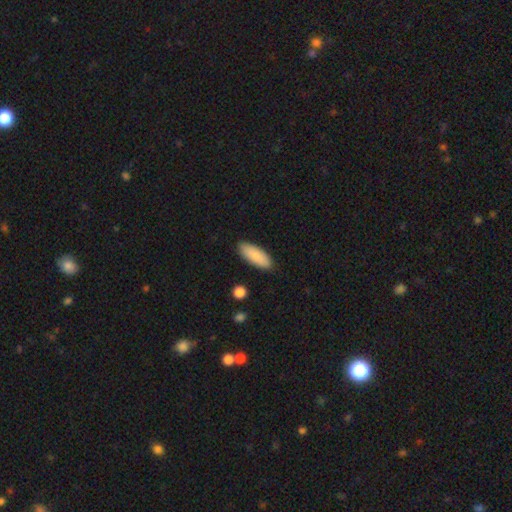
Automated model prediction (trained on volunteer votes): Smooth or featured: smooth — 87% (featured or disk — 8%)
How rounded: in between — 72% (cigar-shaped — 27%)
Merging: none — 87% (minor disturbance — 10%)